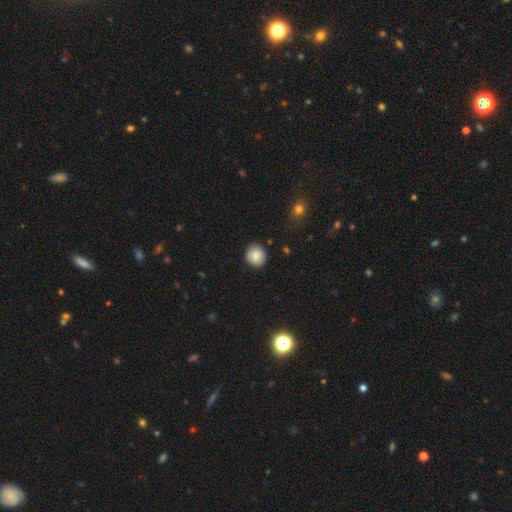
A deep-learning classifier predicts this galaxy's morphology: A smooth galaxy with no disk features (84%) that is round (73%).

Vote fractions:
- Smooth or featured? smooth: 84% / featured or disk: 8% / star or artifact: 8%
- How rounded? round: 73% / in between: 26% / cigar-shaped: 1%
- Merging? none: 84% / minor disturbance: 12% / major disturbance: 2% / merger: 1%